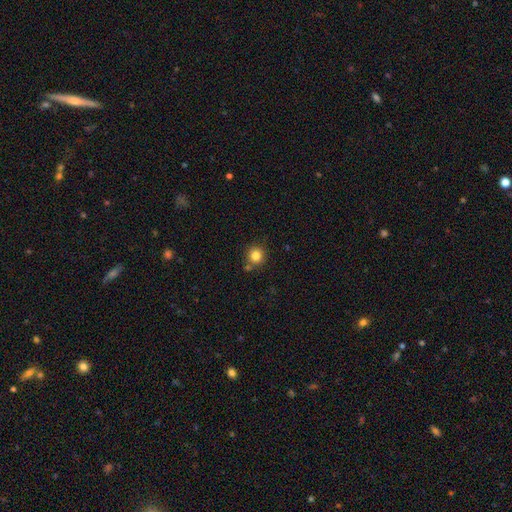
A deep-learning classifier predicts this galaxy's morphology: Smooth or featured? smooth (83%)
How rounded? round (92%)
Merging? none (78%)